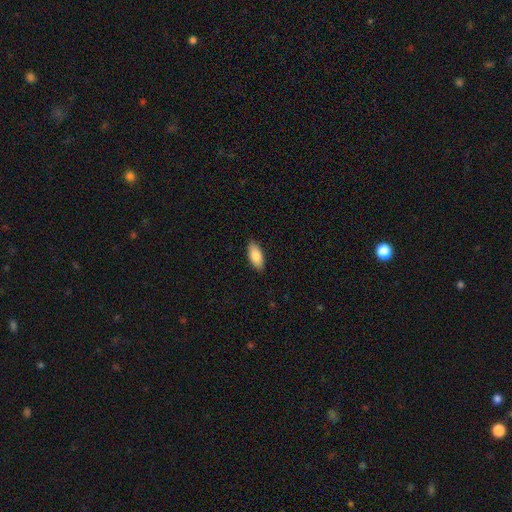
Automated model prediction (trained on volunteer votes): A smooth galaxy with no disk features (85%) that is in between round and cigar-shaped (88%). Merging: none (88%).